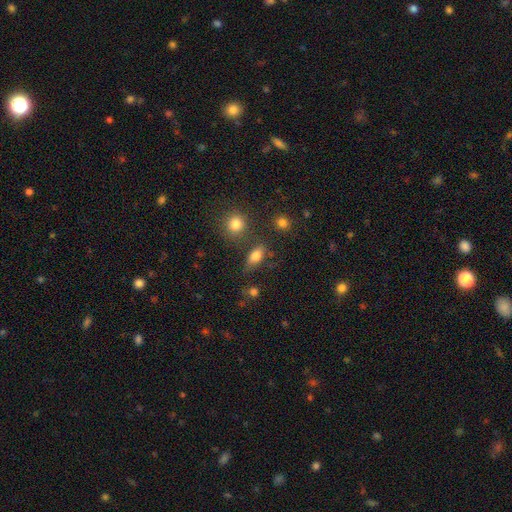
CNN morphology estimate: Smooth or featured? smooth (80%)
How rounded? in between (81%)
Merging? none (66%)